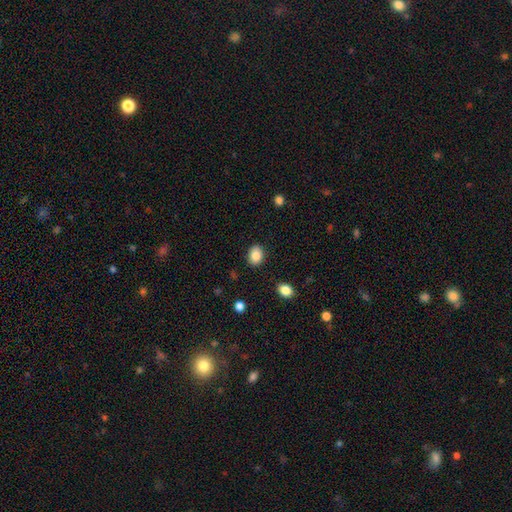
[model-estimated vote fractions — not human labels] Smooth or featured: smooth — 86% (star or artifact — 8%)
How rounded: in between — 64% (round — 35%)
Merging: none — 87% (minor disturbance — 9%)